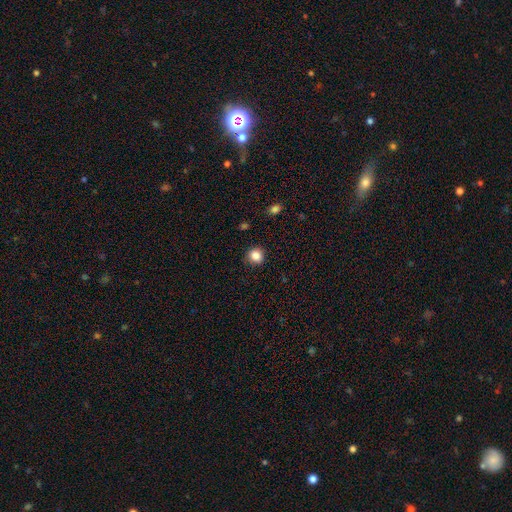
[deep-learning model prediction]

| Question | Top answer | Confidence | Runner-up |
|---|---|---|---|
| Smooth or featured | smooth | 85% | star or artifact (11%) |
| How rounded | round | 88% | in between (11%) |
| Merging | none | 86% | minor disturbance (10%) |